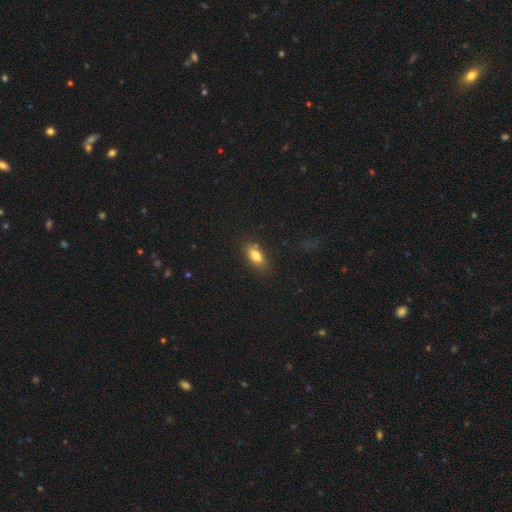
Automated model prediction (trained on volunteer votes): smooth-or-featured: smooth: 81% | featured or disk: 10% | star or artifact: 9%
  how-rounded: in between: 84% | cigar-shaped: 10% | round: 5%
  merging: none: 77% | minor disturbance: 16% | major disturbance: 5% | merger: 3%